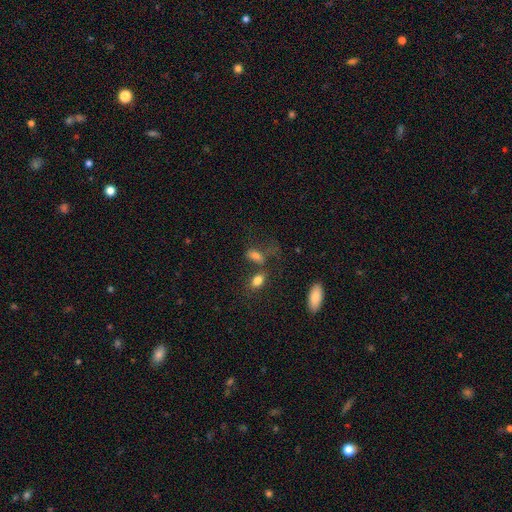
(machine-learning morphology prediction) Smooth or featured? smooth (74%)
How rounded? in between (82%)
Merging? none (46%)